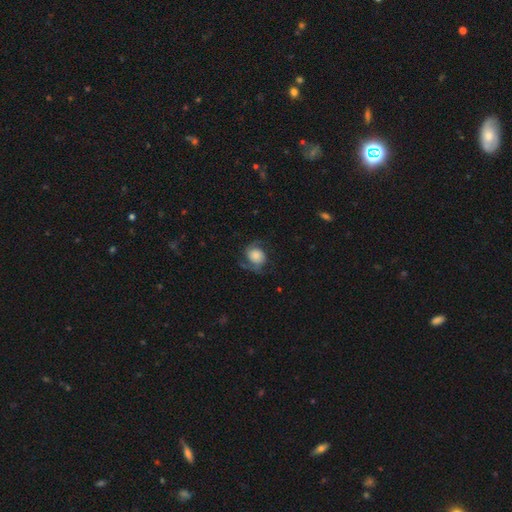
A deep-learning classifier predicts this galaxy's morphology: smooth_or_featured: featured or disk (p=0.63) [alt: smooth p=0.29]
disk_edge_on: no (p=0.98) [alt: yes p=0.02]
bar: no (p=0.75) [alt: weak p=0.20]
has_spiral_arms: yes (p=0.93) [alt: no p=0.07]
spiral_winding: medium (p=0.43) [alt: loose p=0.37]
spiral_arm_count: 2 (p=0.88) [alt: 1 p=0.04]
bulge_size: large (p=0.35) [alt: dominant p=0.20]
merging: none (p=0.67) [alt: minor disturbance p=0.19]